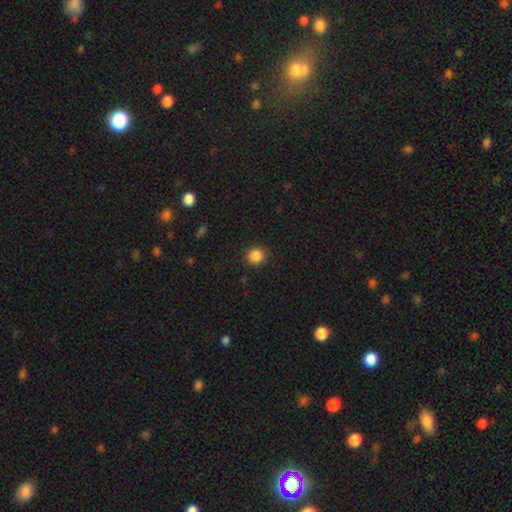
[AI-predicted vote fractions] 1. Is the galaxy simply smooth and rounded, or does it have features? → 87% smooth, 10% star or artifact, 3% featured or disk.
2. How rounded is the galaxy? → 88% round, 11% in between, 1% cigar-shaped.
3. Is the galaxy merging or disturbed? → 89% none, 8% minor disturbance, 2% major disturbance, 1% merger.